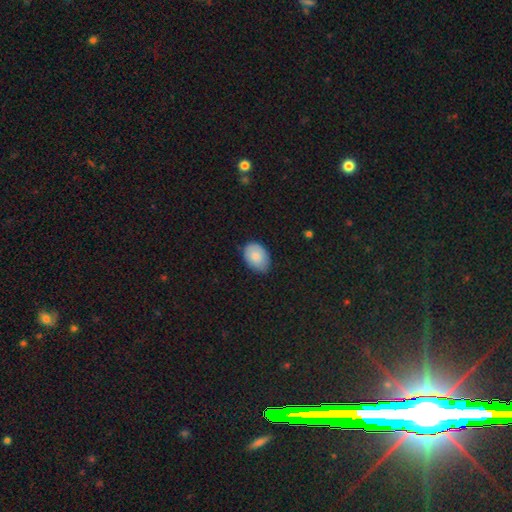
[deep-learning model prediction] This is clearly a smooth galaxy (83%). How rounded: clearly in between (81%). Merging: likely none (75%).